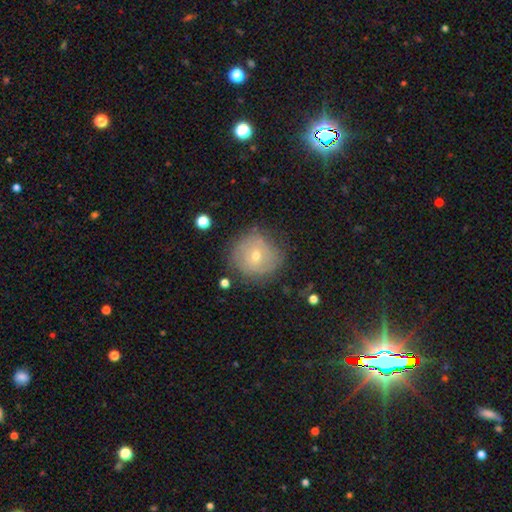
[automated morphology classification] The model was most divided on "smooth or featured" (2-way tie): smooth: 46%, featured or disk: 46%, star or artifact: 9%. More confident: merging — none (69%).